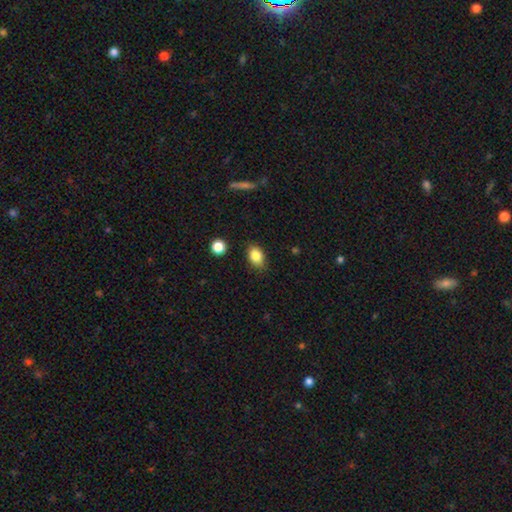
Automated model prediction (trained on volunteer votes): This is clearly a smooth galaxy (85%). How rounded: likely in between (78%). Merging: clearly none (82%).